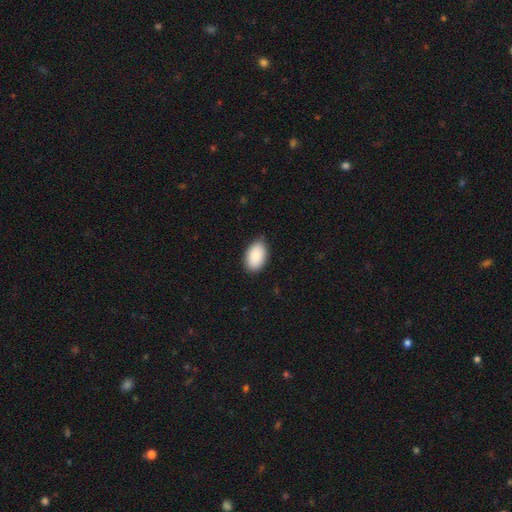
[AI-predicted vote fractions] Morphology: type=smooth (90%); roundness=in between (94%); merging=none (83%).